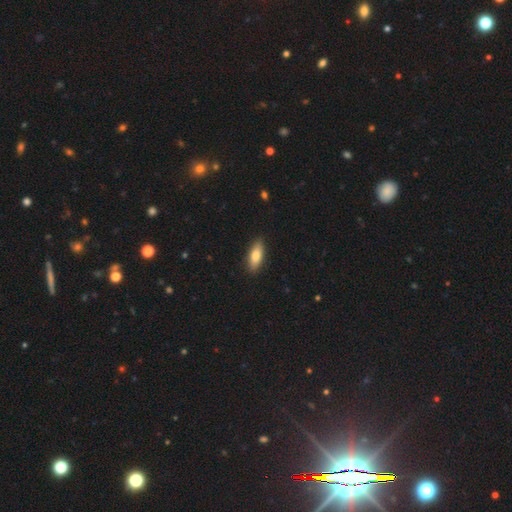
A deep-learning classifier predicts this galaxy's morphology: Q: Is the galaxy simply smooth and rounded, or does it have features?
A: smooth — 78%.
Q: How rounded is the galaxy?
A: in between — 73%.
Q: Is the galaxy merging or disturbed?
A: none — 89%.